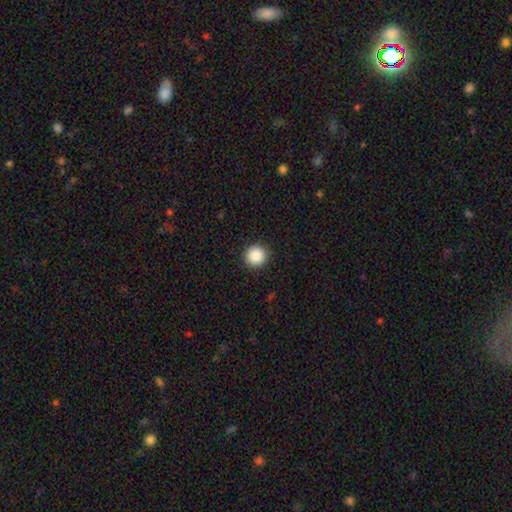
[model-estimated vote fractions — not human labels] The model was most divided on "smooth or featured": smooth: 88%, star or artifact: 9%, featured or disk: 3%. More confident: how rounded — round (95%); merging — none (93%).